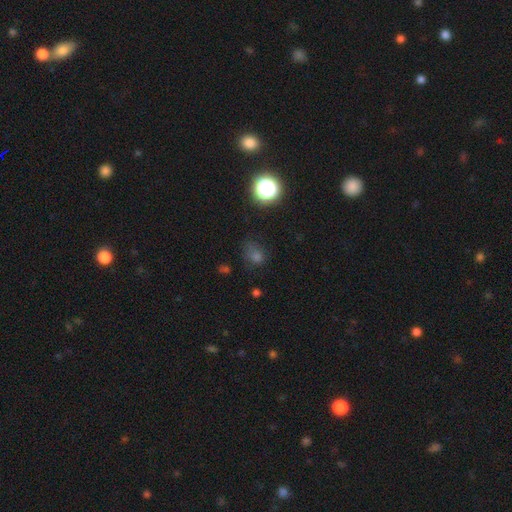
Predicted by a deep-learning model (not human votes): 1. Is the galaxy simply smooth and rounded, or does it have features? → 54% smooth, 36% star or artifact, 10% featured or disk.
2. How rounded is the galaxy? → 64% round, 34% in between, 1% cigar-shaped.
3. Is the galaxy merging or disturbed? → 58% none, 23% minor disturbance, 15% major disturbance, 4% merger.